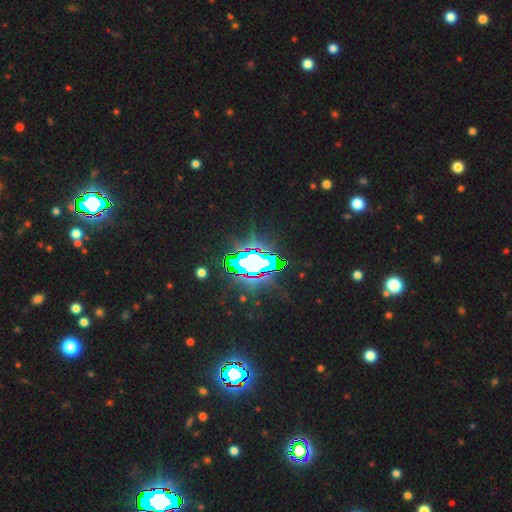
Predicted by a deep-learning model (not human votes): Smooth or featured? star or artifact (82%)